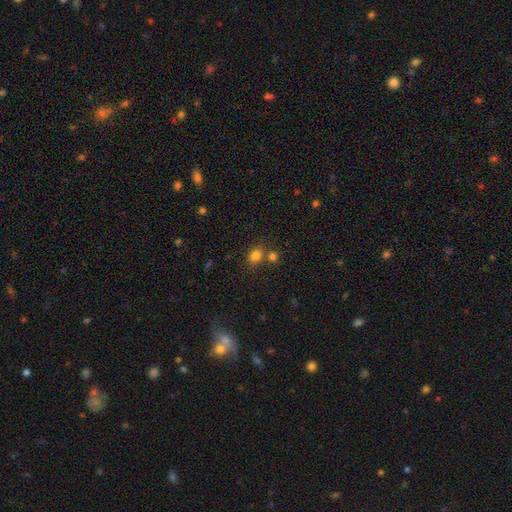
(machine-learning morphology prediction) A smooth galaxy with no disk features (80%) that is round (51%).

Vote fractions:
- Smooth or featured? smooth: 80% / star or artifact: 13% / featured or disk: 7%
- How rounded? round: 51% / in between: 48% / cigar-shaped: 1%
- Merging? none: 63% / merger: 23% / minor disturbance: 10% / major disturbance: 4%